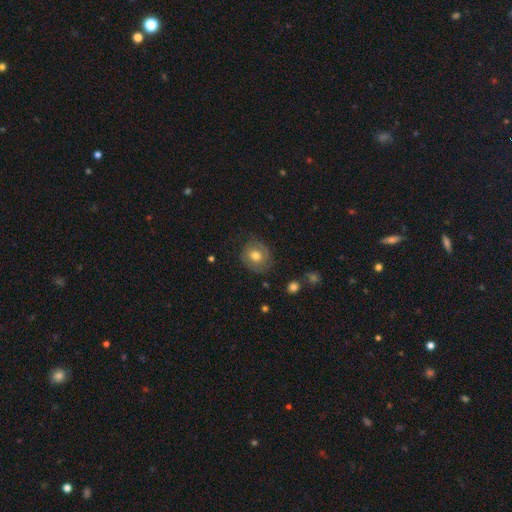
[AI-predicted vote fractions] The model was most divided on "smooth or featured": smooth: 57%, featured or disk: 35%, star or artifact: 9%. More confident: merging — none (73%); how rounded — round (73%).